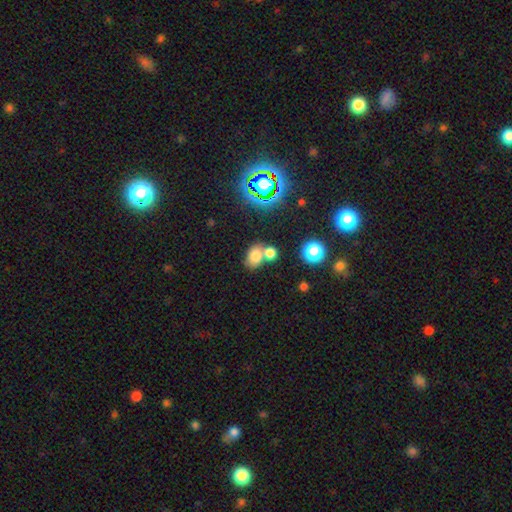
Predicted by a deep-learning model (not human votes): smooth 73%, star or artifact 16%, featured or disk 11%. Down the decision tree: how rounded — in between (60%); merging — none (43%).